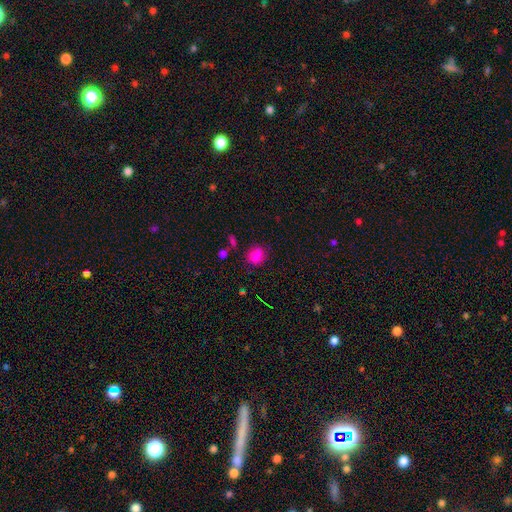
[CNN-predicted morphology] The model was most divided on "how rounded": round: 71%, in between: 27%, cigar-shaped: 1%. More confident: smooth or featured — smooth (82%); merging — none (75%).